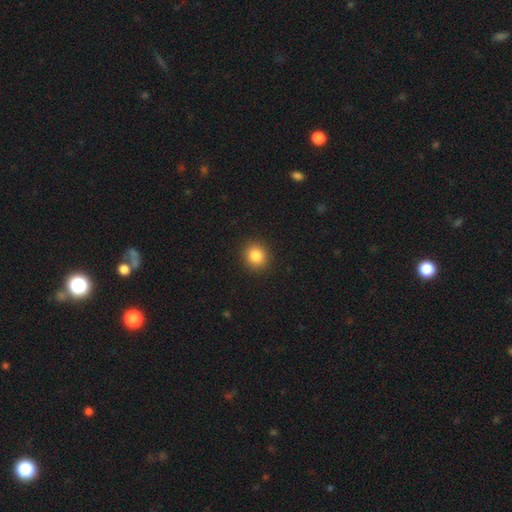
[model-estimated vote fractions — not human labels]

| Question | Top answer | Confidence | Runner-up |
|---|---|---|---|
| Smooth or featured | smooth | 85% | star or artifact (10%) |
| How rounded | round | 84% | in between (16%) |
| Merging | none | 91% | minor disturbance (6%) |